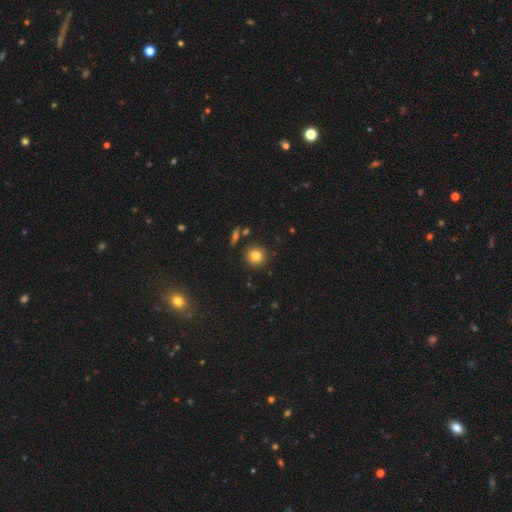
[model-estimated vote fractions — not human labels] This appears to be a smooth galaxy with no disk features (81%) that is round (91%). Merging: none (87%).